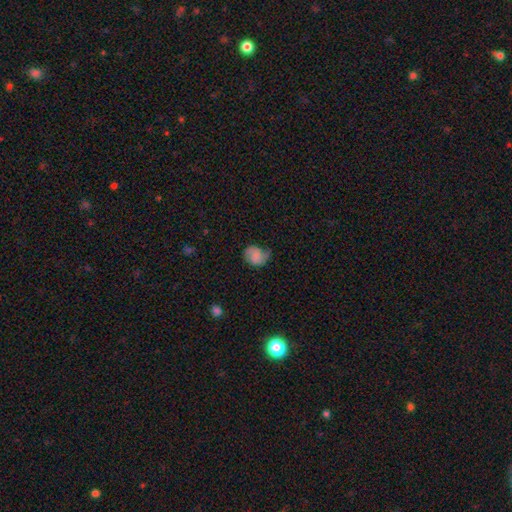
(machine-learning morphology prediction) Smooth or featured? Predicted: smooth (p=0.62). How rounded? Predicted: round (p=0.58). Merging? Predicted: none (p=0.45).